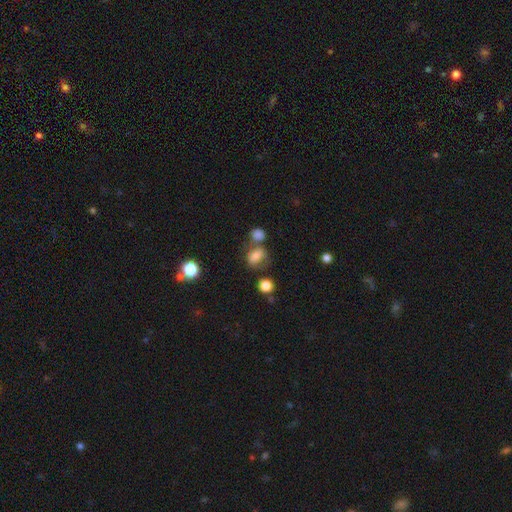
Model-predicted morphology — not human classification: A smooth galaxy with no disk features (73%) that is in between round and cigar-shaped (66%). Merging: none (43%).